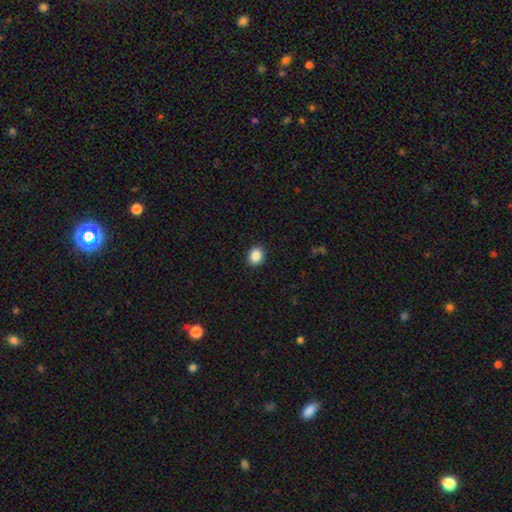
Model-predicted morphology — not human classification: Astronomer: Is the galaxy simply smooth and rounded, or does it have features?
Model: smooth — 87%.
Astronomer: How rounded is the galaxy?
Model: round — 57% (runner-up: in between, 42%).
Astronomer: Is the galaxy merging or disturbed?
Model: none — 91%.